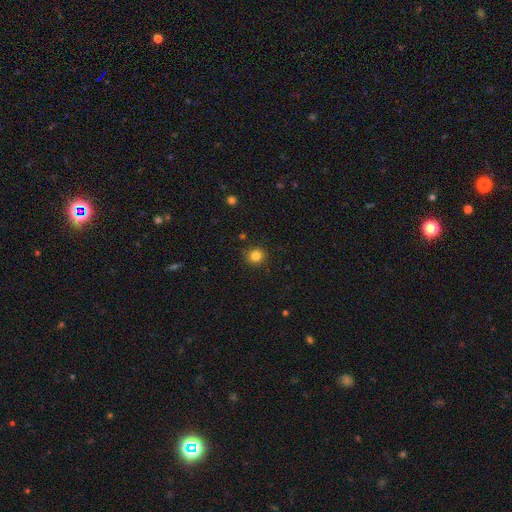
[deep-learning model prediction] A smooth galaxy with no disk features (82%) that is round (93%). Merging: none (90%).